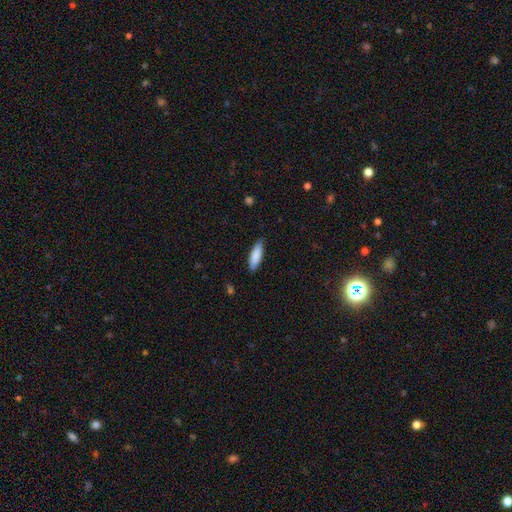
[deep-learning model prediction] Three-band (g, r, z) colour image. It shows a smooth galaxy with no disk features (85%) that is cigar-shaped (54%). Merging: none (83%).